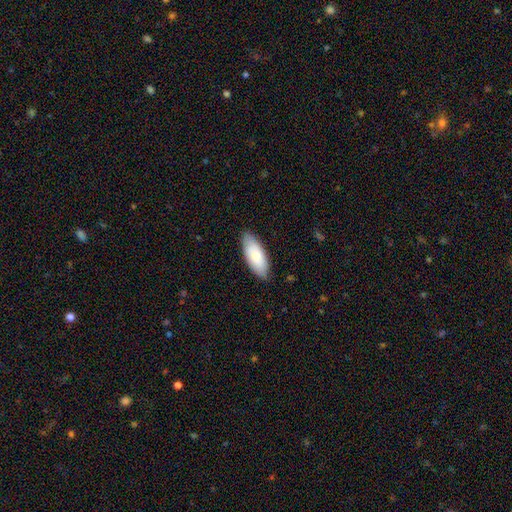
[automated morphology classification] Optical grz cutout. It shows a smooth galaxy with no disk features (75%) that is in between round and cigar-shaped (84%). Merging: none (85%).